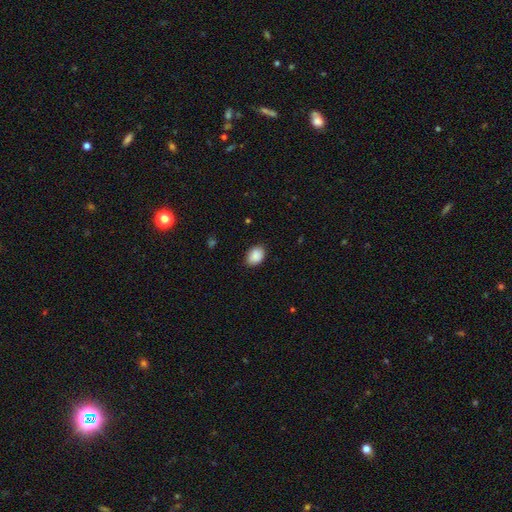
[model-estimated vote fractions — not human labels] A smooth galaxy with no disk features (90%) that is in between round and cigar-shaped (79%).

Vote fractions:
- Smooth or featured? smooth: 90% / star or artifact: 7% / featured or disk: 3%
- How rounded? in between: 79% / round: 20% / cigar-shaped: 1%
- Merging? none: 84% / minor disturbance: 13% / major disturbance: 2% / merger: 1%